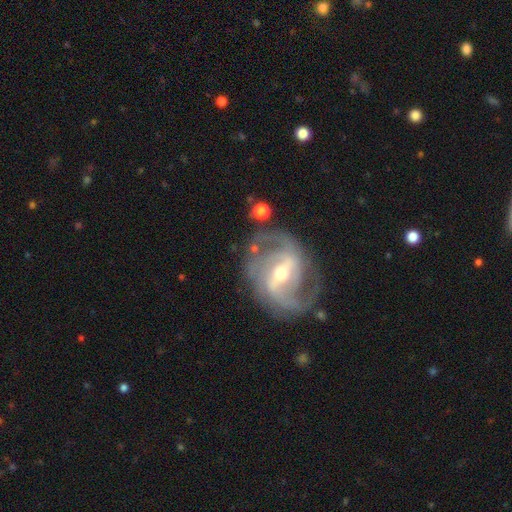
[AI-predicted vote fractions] The model was most divided on "bar": strong: 50%, weak: 38%, no: 12%. More confident: edge-on disk — no (97%); spiral arms — yes (96%); smooth or featured — featured or disk (89%); merging — none (72%); spiral arm count — 2 (69%); bulge size — moderate (57%); spiral winding — medium (51%).